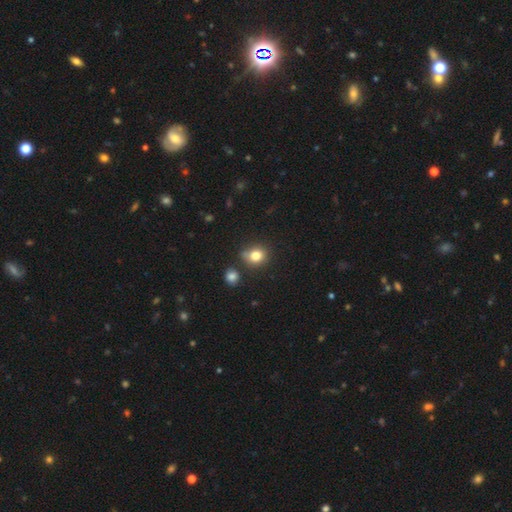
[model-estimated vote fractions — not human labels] This appears to be a smooth galaxy with no disk features (80%) that is round (72%). Merging: none (69%).